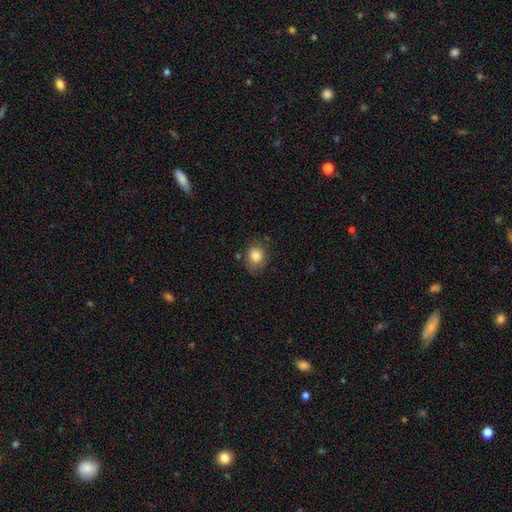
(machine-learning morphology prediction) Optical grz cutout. It shows a smooth galaxy with no disk features (84%) that is round (57%). Merging: none (74%).